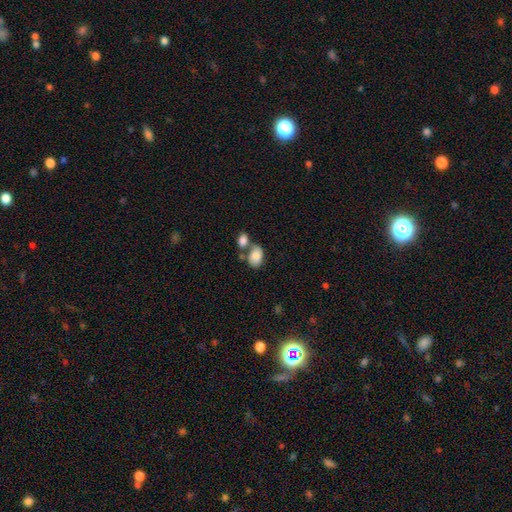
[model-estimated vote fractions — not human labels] Smooth or featured? smooth (82%)
How rounded? in between (86%)
Merging? merger (49%)